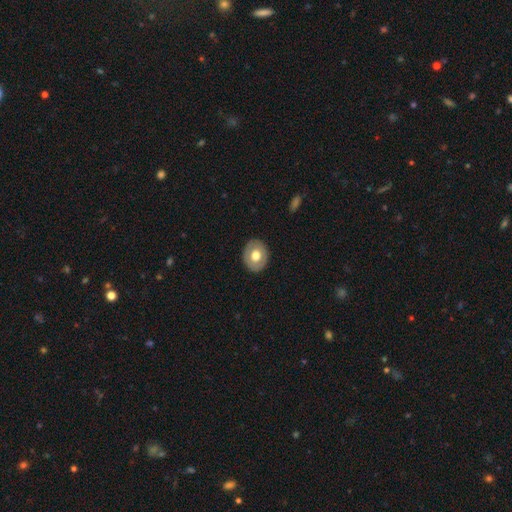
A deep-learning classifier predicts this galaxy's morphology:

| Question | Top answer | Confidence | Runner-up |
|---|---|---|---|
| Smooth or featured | smooth | 60% | featured or disk (34%) |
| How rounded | round | 58% | in between (41%) |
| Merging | none | 87% | minor disturbance (9%) |